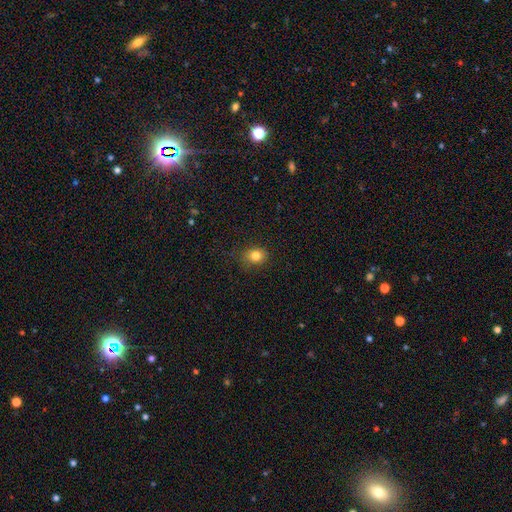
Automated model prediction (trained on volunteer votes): Q: Smooth or featured?
A: smooth (81%); runner-up: star or artifact (12%)
Q: How rounded?
A: round (63%); runner-up: in between (36%)
Q: Merging?
A: none (83%); runner-up: minor disturbance (13%)